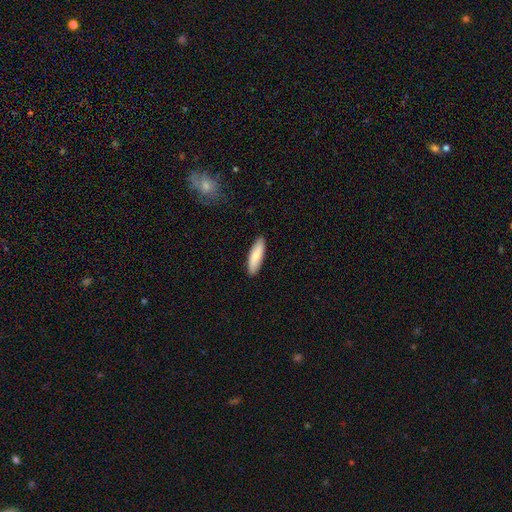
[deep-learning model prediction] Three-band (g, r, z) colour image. It shows a smooth galaxy with no disk features (79%) that is cigar-shaped (58%). Merging: none (90%).